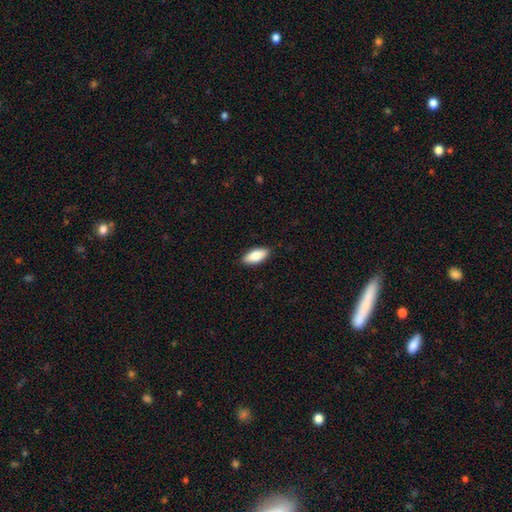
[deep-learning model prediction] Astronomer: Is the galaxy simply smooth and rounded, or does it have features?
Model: smooth — 83%.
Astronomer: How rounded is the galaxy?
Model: in between — 86%.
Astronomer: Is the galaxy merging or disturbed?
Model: none — 88%.